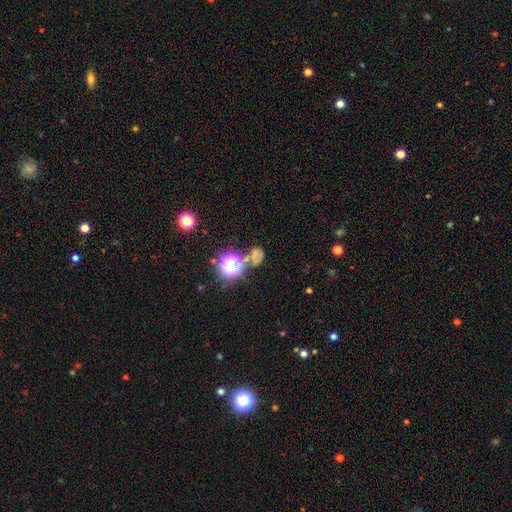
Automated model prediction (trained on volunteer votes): Smooth or featured?
  - star or artifact: 43% *
  - smooth: 41%
  - featured or disk: 16%